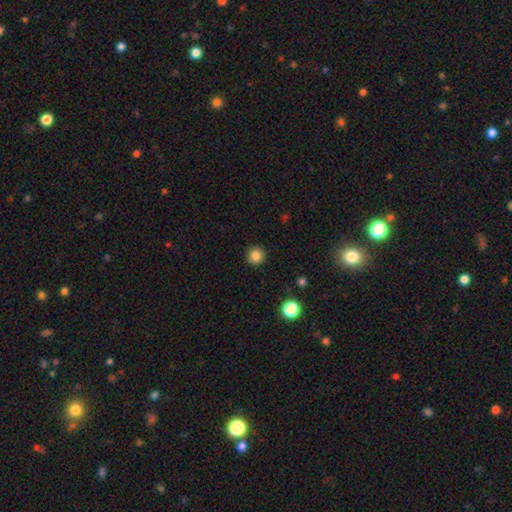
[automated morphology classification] This is clearly a smooth galaxy (84%). How rounded: clearly round (95%). Merging: clearly none (92%).